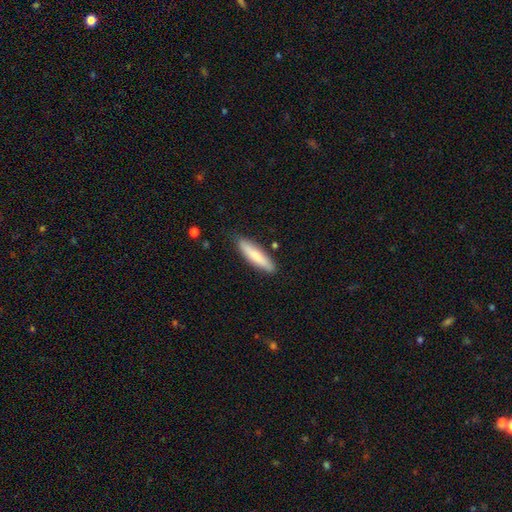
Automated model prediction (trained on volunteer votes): Overall: smooth (75%). How rounded: cigar-shaped (77%). Merging: none (84%).